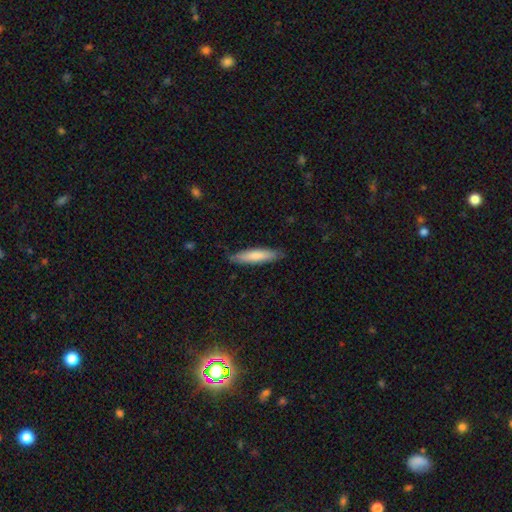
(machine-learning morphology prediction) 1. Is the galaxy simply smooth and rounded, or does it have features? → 78% smooth, 17% featured or disk, 5% star or artifact.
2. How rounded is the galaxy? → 81% cigar-shaped, 18% in between, 1% round.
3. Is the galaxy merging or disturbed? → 83% none, 14% minor disturbance, 2% major disturbance, 1% merger.